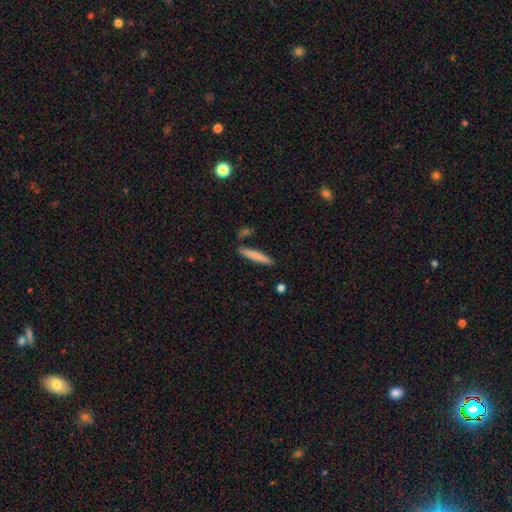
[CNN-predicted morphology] A smooth galaxy with no disk features (77%) that is cigar-shaped (92%).

Vote fractions:
- Smooth or featured? smooth: 77% / featured or disk: 18% / star or artifact: 5%
- How rounded? cigar-shaped: 92% / in between: 6% / round: 1%
- Merging? none: 83% / minor disturbance: 10% / merger: 5% / major disturbance: 2%